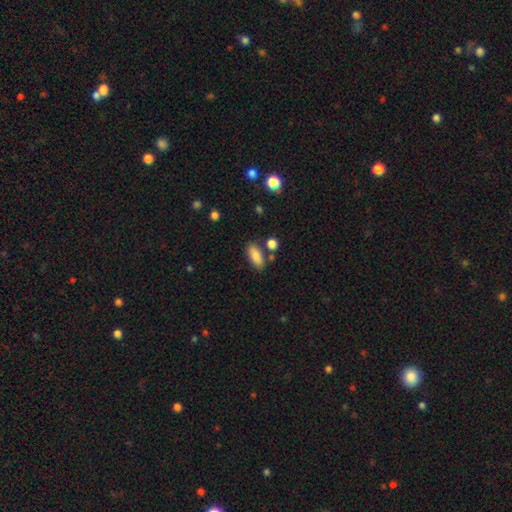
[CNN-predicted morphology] The model was most divided on "merging": none: 77%, minor disturbance: 12%, merger: 8%, major disturbance: 3%. More confident: smooth or featured — smooth (85%); how rounded — in between (83%).